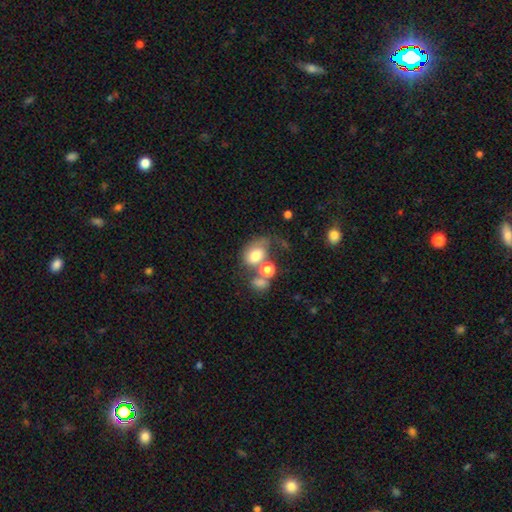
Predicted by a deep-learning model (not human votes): A smooth galaxy with no disk features (69%) that is in between round and cigar-shaped (63%). Merging: merger (38%).